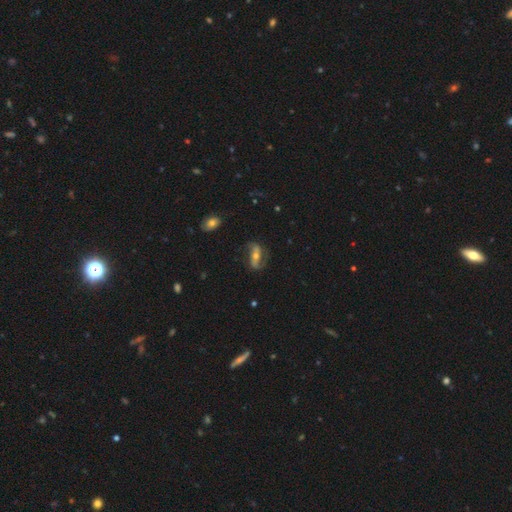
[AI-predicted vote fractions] smooth_or_featured: featured or disk (p=0.79) [alt: smooth p=0.14]
disk_edge_on: no (p=0.92) [alt: yes p=0.08]
bar: strong (p=0.47) [alt: no p=0.27]
has_spiral_arms: yes (p=0.91) [alt: no p=0.09]
spiral_winding: loose (p=0.51) [alt: medium p=0.34]
spiral_arm_count: 2 (p=0.89) [alt: can't tell p=0.04]
bulge_size: moderate (p=0.55) [alt: small p=0.38]
merging: none (p=0.73) [alt: minor disturbance p=0.16]